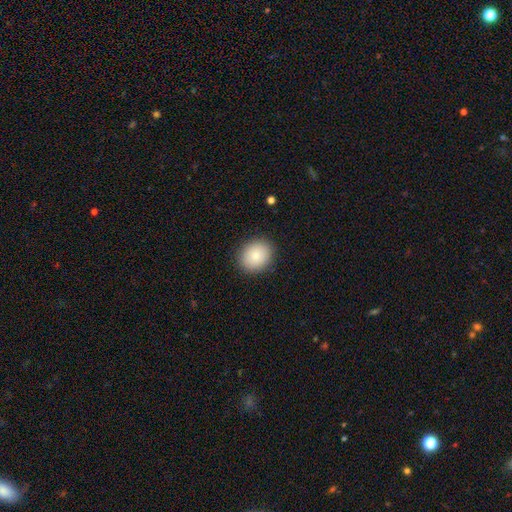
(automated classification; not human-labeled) A smooth galaxy with no disk features (86%) that is round (65%). Merging: none (89%).